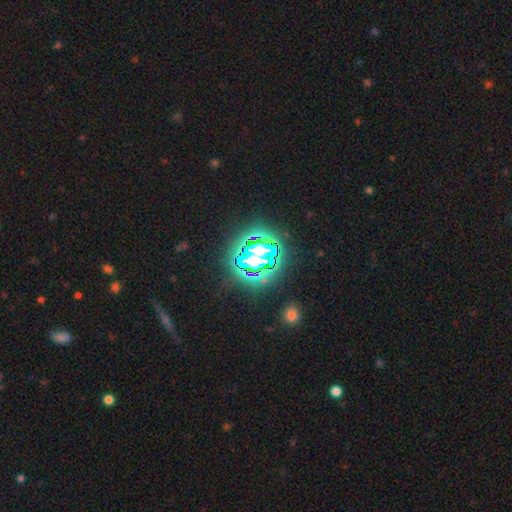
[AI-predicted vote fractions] Q: Smooth or featured?
A: star or artifact (75%); runner-up: smooth (14%)